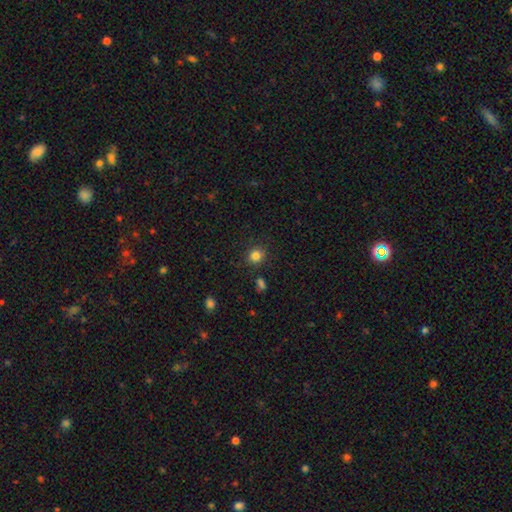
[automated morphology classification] The model was most divided on "how rounded": round: 80%, in between: 19%, cigar-shaped: 1%. More confident: merging — none (85%); smooth or featured — smooth (83%).